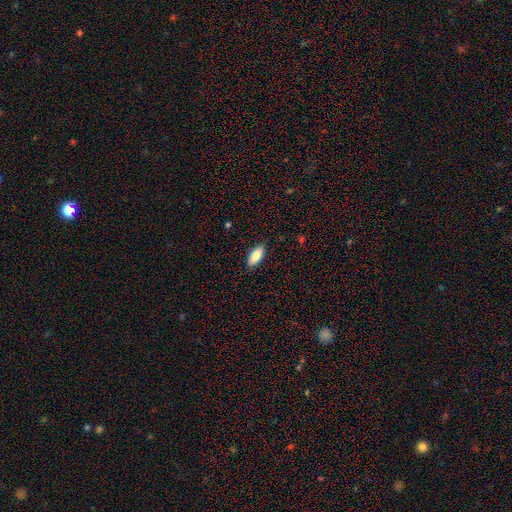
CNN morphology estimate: Smooth or featured? smooth (82%)
How rounded? in between (82%)
Merging? none (88%)